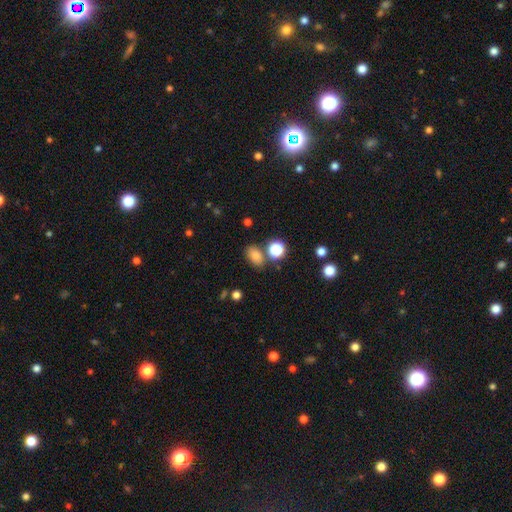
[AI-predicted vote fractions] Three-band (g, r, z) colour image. It shows a smooth galaxy with no disk features (78%) that is in between round and cigar-shaped (77%). Merging: none (71%).